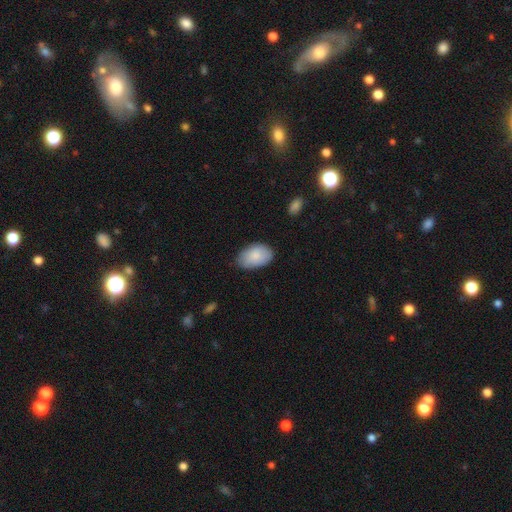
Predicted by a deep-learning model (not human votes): Smooth or featured: smooth — 84% (featured or disk — 10%)
How rounded: in between — 92% (round — 7%)
Merging: none — 75% (minor disturbance — 21%)